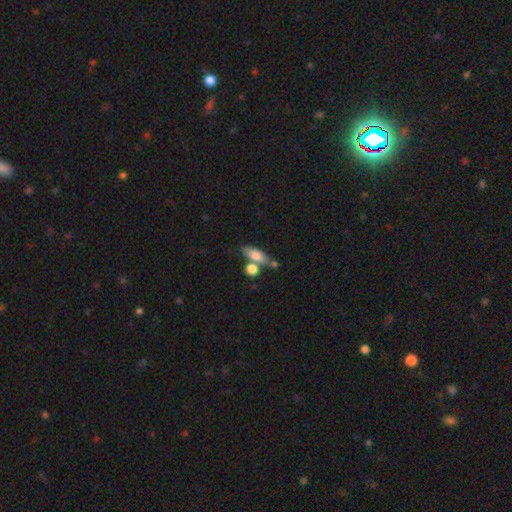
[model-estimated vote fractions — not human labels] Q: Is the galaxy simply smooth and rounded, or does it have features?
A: smooth — 76%.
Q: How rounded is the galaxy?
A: in between — 65%.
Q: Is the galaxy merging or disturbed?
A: none — 55%.